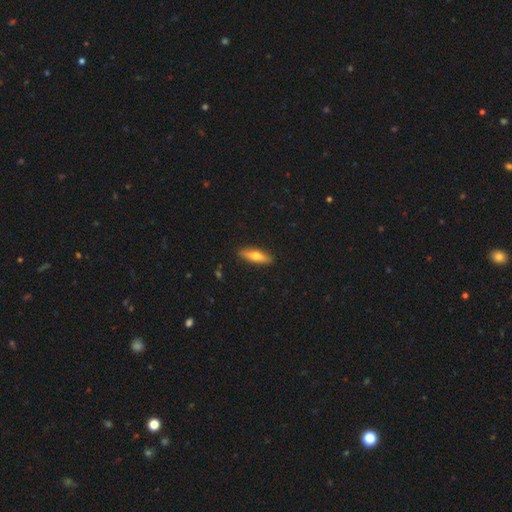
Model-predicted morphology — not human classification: type=smooth (65%); roundness=cigar-shaped (59%); merging=none (90%).